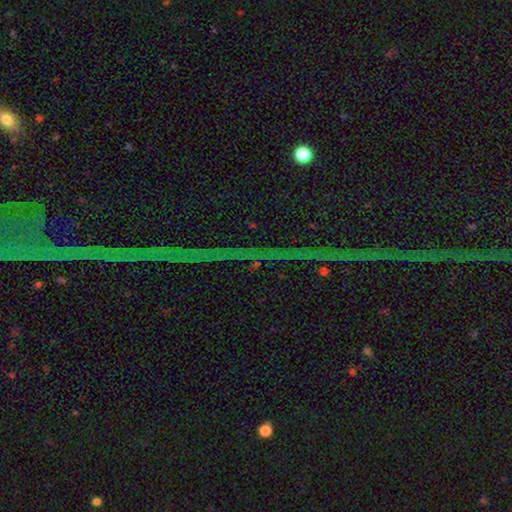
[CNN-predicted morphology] type=star or artifact (84%).